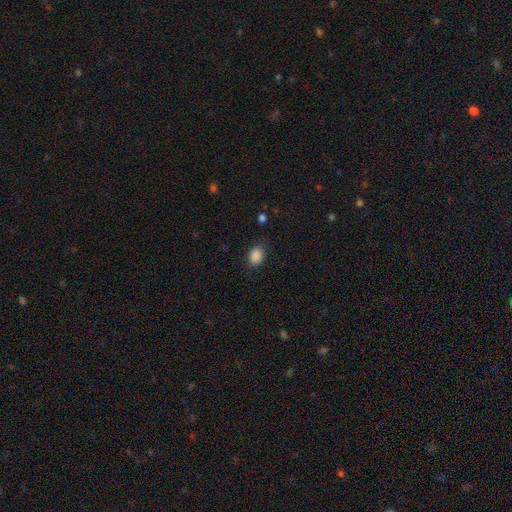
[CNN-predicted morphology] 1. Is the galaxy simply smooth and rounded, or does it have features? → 88% smooth, 9% star or artifact, 3% featured or disk.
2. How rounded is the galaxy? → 71% in between, 28% round, 1% cigar-shaped.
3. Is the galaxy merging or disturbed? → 81% none, 15% minor disturbance, 4% major disturbance, 1% merger.